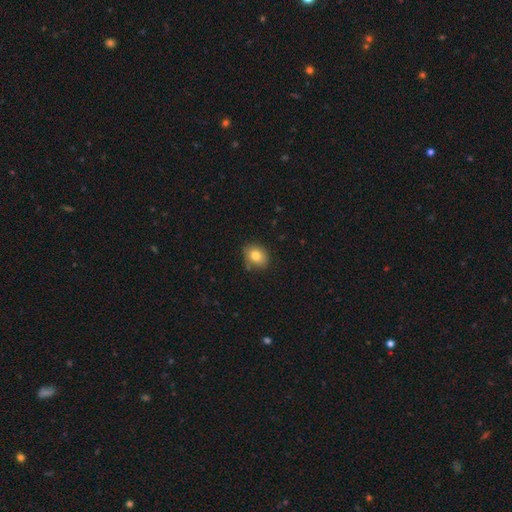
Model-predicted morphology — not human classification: Smooth or featured: smooth — 81% (star or artifact — 9%)
How rounded: in between — 52% (round — 47%)
Merging: none — 80% (minor disturbance — 15%)